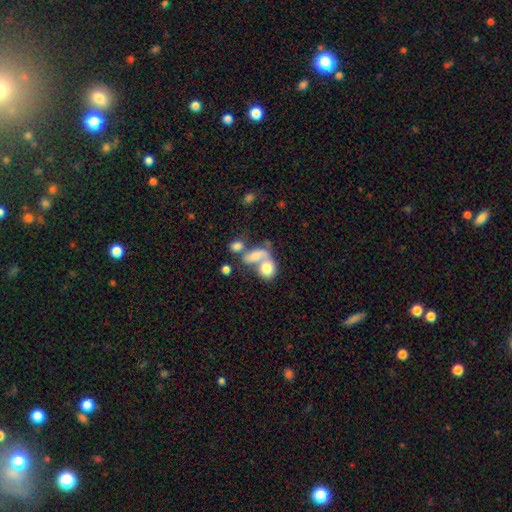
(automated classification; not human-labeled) A smooth galaxy with no disk features (66%) that is in between round and cigar-shaped (67%). Merging: merger (66%).